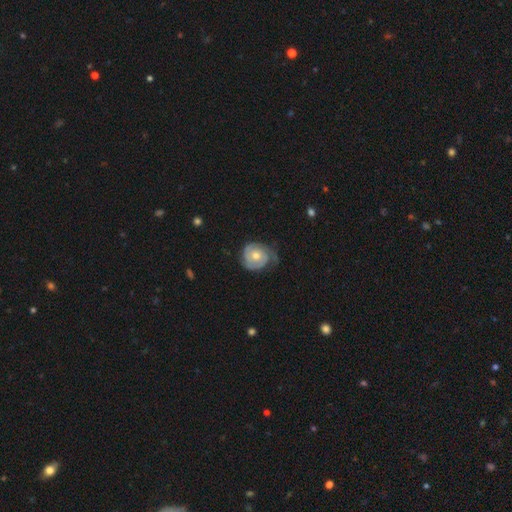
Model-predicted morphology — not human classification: The model was most divided on "spiral arm count": 2: 47%, can't tell: 18%, 1: 16%, 3: 14%, 4: 3%, more than 4: 3%. More confident: edge-on disk — no (98%); spiral arms — yes (94%); bar — no (79%); smooth or featured — featured or disk (79%); spiral winding — tight (71%); bulge size — moderate (66%); merging — none (62%).